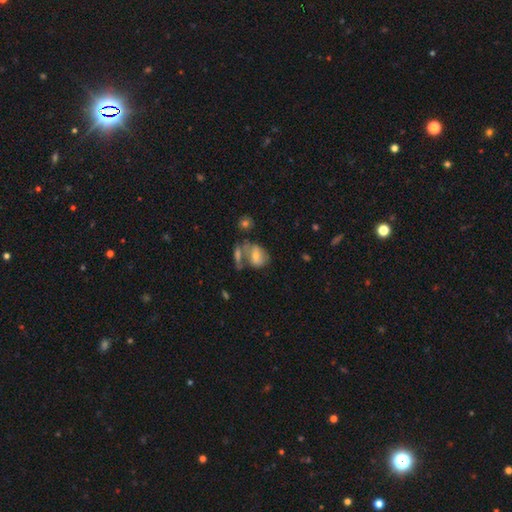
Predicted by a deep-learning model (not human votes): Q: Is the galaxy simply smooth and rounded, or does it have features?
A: smooth — 54%.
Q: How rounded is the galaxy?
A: in between — 67%.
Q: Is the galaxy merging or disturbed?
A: merger — 36%.